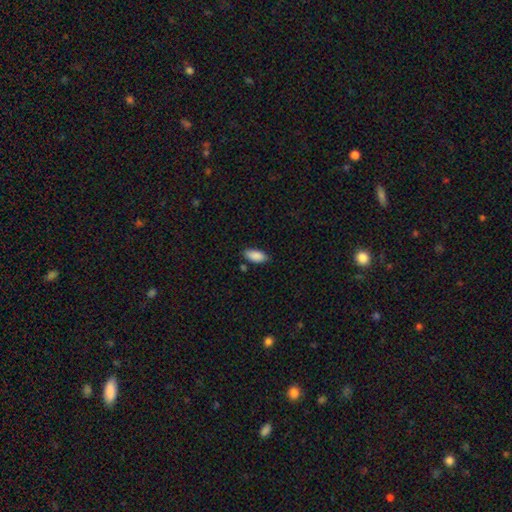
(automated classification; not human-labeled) Smooth or featured: smooth — 89% (star or artifact — 7%)
How rounded: in between — 91% (cigar-shaped — 7%)
Merging: none — 78% (minor disturbance — 16%)